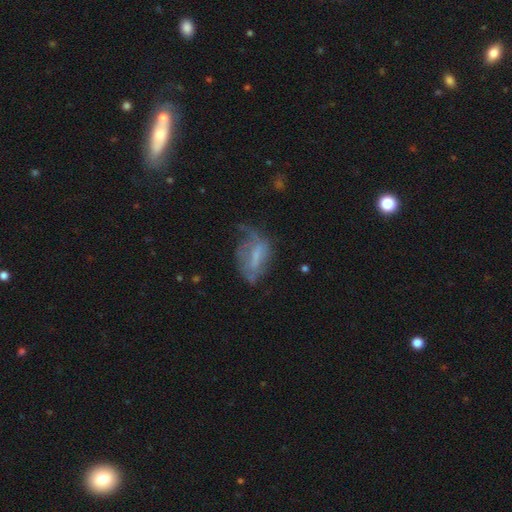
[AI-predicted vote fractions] Morphology: type=featured or disk (54%); edge-on=no (93%); merging=major disturbance (34%, tied with none).